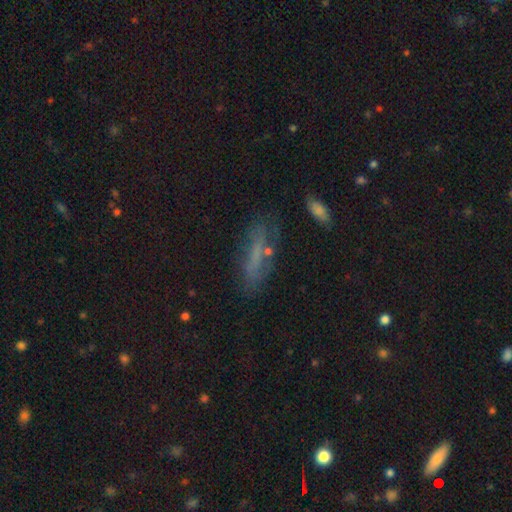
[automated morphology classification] The model was most divided on "smooth or featured": smooth: 49%, featured or disk: 31%, star or artifact: 20%. More confident: merging — none (67%).